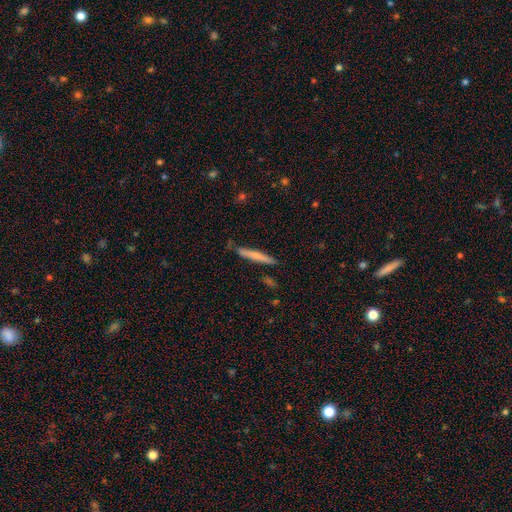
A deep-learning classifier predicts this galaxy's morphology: type=smooth (62%); roundness=cigar-shaped (95%); merging=none (80%).